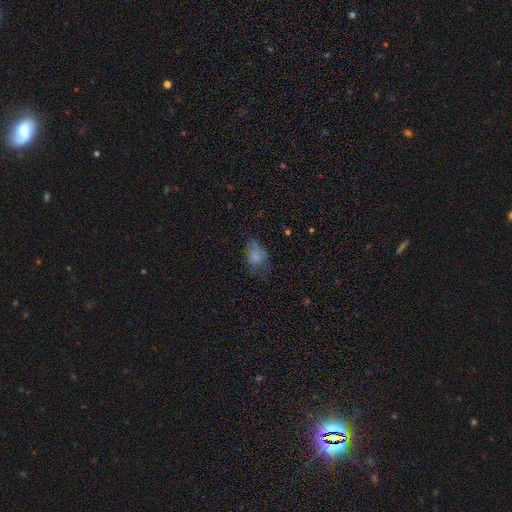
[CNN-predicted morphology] This is likely a smooth galaxy (67%). How rounded: likely in between (77%). Merging: marginally none (36%).